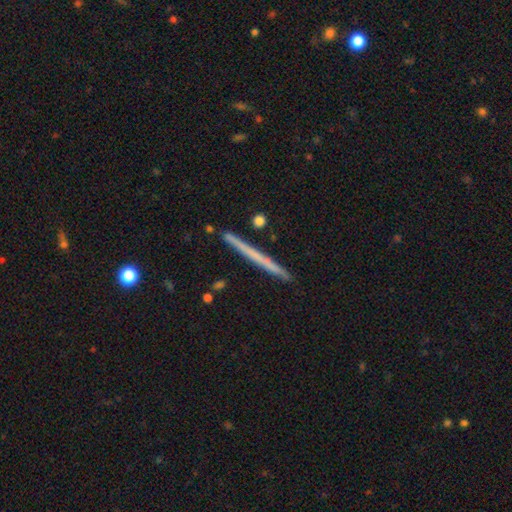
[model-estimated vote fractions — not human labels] Smooth or featured? Predicted: featured or disk (p=0.53). Edge-on disk? Predicted: yes (p=0.98). Edge-on bulge? Predicted: none (p=0.87). Merging? Predicted: none (p=0.92).